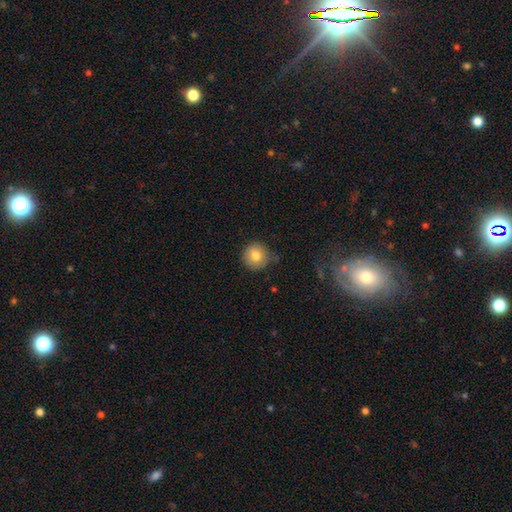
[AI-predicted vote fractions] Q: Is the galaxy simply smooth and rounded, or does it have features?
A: smooth — 79%.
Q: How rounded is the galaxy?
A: round — 94%.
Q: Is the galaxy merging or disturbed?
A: none — 74%.